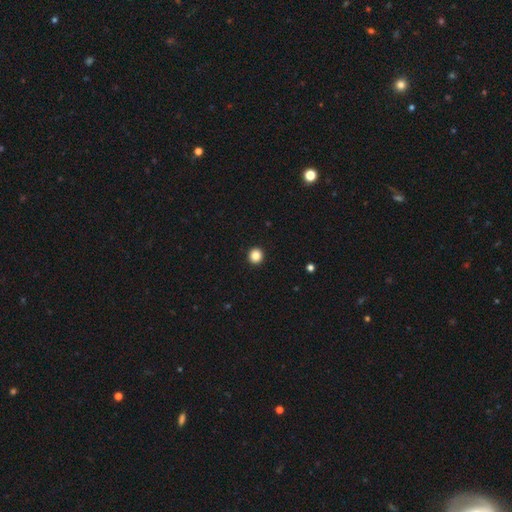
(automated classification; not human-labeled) Overall: smooth (85%). How rounded: round (94%). Merging: none (94%).